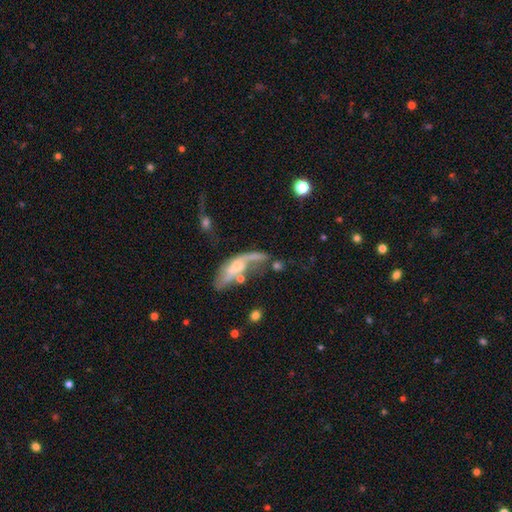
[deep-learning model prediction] A featured or disk galaxy (53%). Merging: major disturbance (35%).